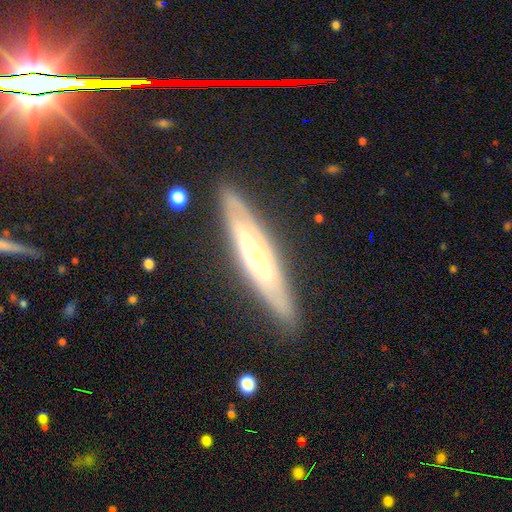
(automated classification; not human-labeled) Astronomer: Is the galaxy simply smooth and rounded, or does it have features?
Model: featured or disk — 69%.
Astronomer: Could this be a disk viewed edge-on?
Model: yes — 69%.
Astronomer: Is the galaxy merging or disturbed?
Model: none — 83%.